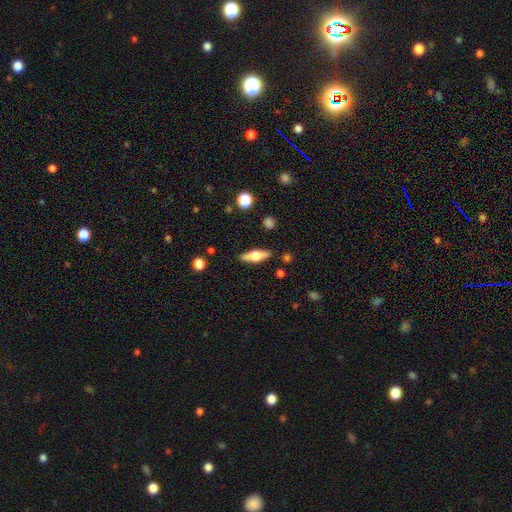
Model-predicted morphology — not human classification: Smooth or featured?
  - featured or disk: 50% *
  - smooth: 44%
  - star or artifact: 6%
Merging?
  - none: 87% *
  - minor disturbance: 9%
  - major disturbance: 2%
  - merger: 2%